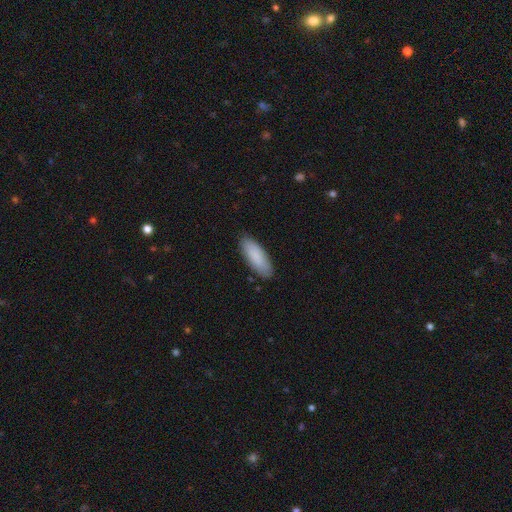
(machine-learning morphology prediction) smooth 87%, featured or disk 8%, star or artifact 5%. Down the decision tree: how rounded — in between (66%); merging — none (86%).